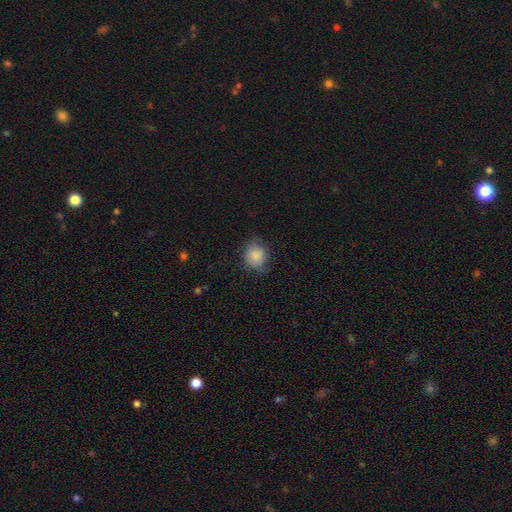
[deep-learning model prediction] Overall: smooth (84%). How rounded: round (77%). Merging: none (66%; minor disturbance 26%).